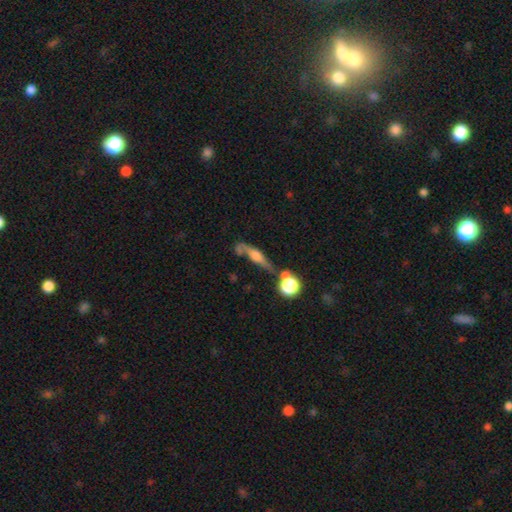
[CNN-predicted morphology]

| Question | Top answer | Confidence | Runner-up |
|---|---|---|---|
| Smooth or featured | featured or disk | 55% | smooth (33%) |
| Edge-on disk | yes | 68% | no (32%) |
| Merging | none | 46% | merger (19%) |